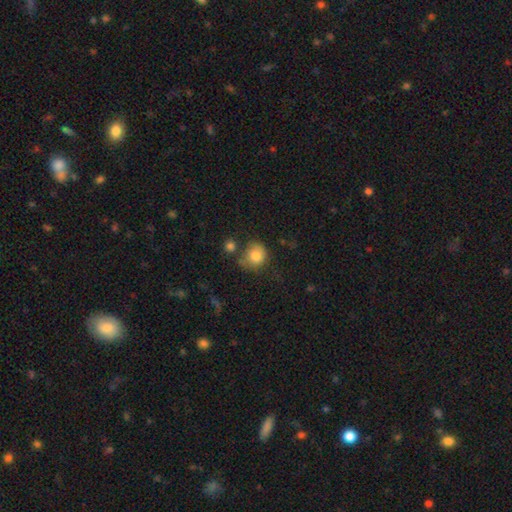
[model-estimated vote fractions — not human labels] A smooth galaxy with no disk features (80%) that is round (81%).

Vote fractions:
- Smooth or featured? smooth: 80% / featured or disk: 10% / star or artifact: 9%
- How rounded? round: 81% / in between: 19% / cigar-shaped: 1%
- Merging? none: 53% / minor disturbance: 25% / merger: 12% / major disturbance: 10%